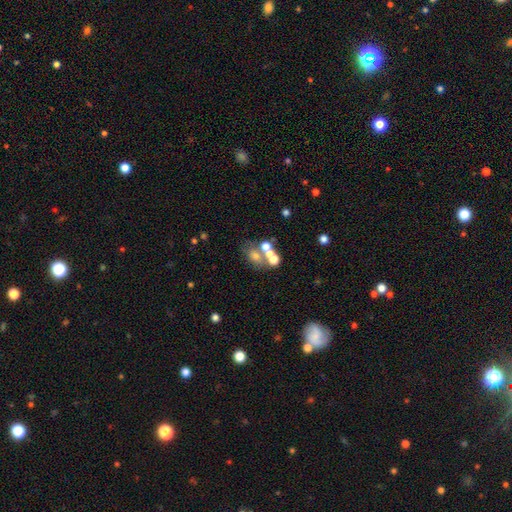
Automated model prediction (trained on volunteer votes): Q: Smooth or featured?
A: smooth (50%); runner-up: featured or disk (31%)
Q: How rounded?
A: in between (55%); runner-up: round (43%)
Q: Merging?
A: merger (48%); runner-up: none (34%)